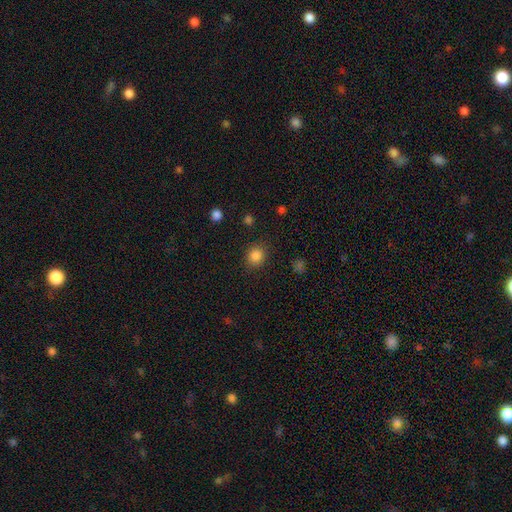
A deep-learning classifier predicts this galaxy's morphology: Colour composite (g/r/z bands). It shows a smooth galaxy with no disk features (86%) that is round (73%). Merging: none (86%).